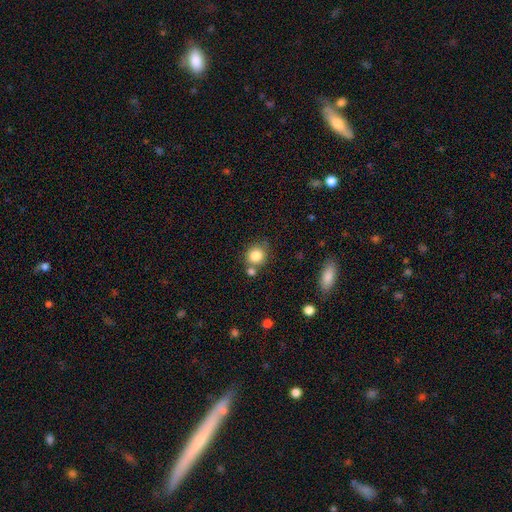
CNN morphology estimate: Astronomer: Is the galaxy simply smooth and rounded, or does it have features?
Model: smooth — 84%.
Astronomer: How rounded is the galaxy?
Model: round — 84%.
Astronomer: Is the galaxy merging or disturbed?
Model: none — 65%.